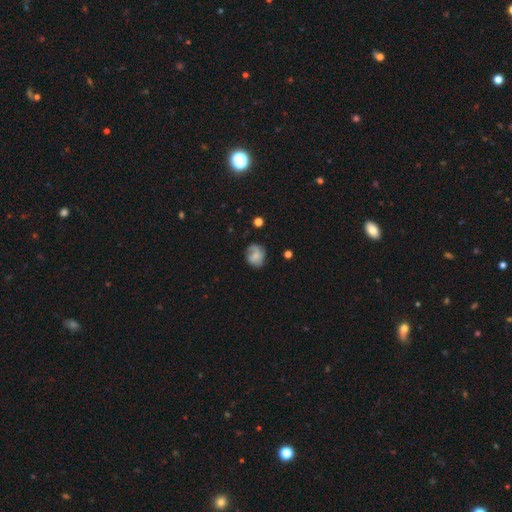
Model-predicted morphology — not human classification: type=smooth (57%); roundness=round (63%); merging=none (60%).